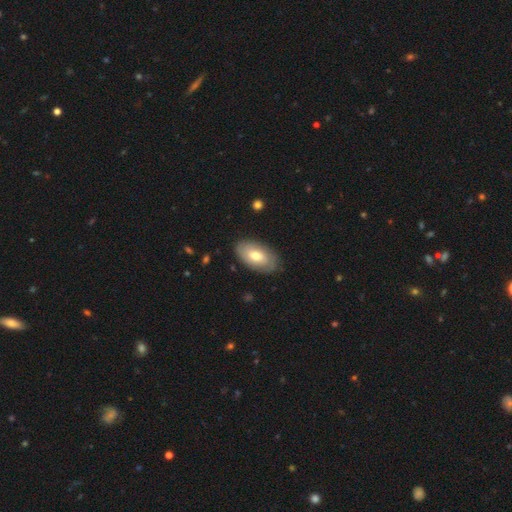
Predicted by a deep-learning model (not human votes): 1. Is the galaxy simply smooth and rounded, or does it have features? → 60% smooth, 34% featured or disk, 6% star or artifact.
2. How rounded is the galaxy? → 94% in between, 4% round, 2% cigar-shaped.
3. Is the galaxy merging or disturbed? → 84% none, 12% minor disturbance, 3% major disturbance, 1% merger.